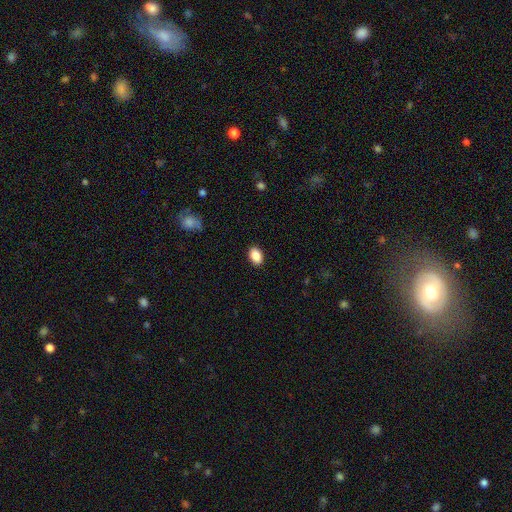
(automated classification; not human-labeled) smooth-or-featured: smooth: 88% | star or artifact: 8% | featured or disk: 4%
  how-rounded: in between: 85% | round: 13% | cigar-shaped: 1%
  merging: none: 89% | minor disturbance: 8% | major disturbance: 2% | merger: 1%